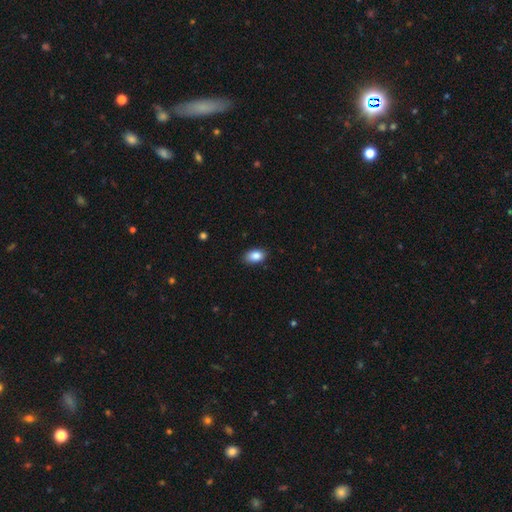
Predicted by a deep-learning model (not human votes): smooth 88%, star or artifact 8%, featured or disk 5%. Down the decision tree: how rounded — in between (89%); merging — none (85%).